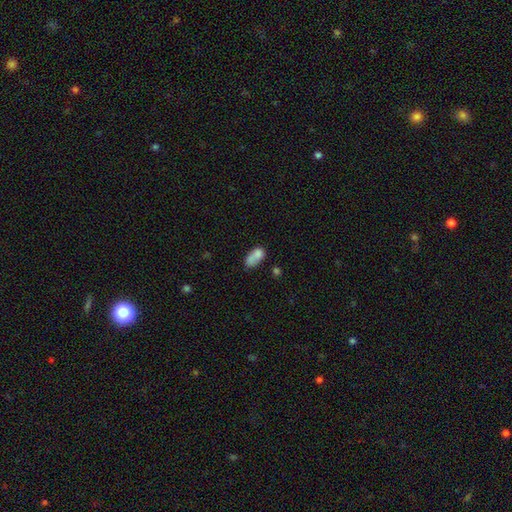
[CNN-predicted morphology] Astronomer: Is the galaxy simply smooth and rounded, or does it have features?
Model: smooth — 73%.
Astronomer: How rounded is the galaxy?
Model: in between — 82%.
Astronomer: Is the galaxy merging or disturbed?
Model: merger — 41% (runner-up: none, 30%).